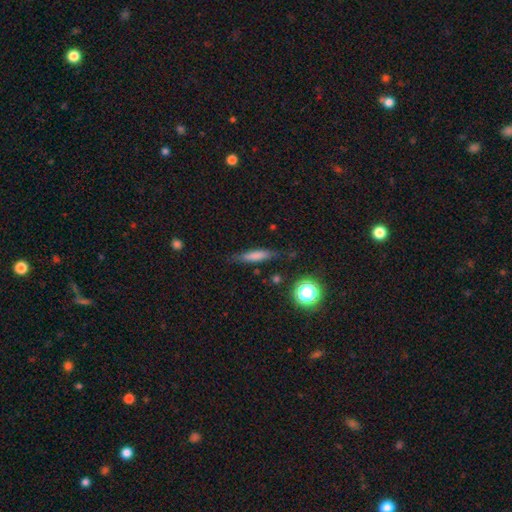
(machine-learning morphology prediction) Overall: smooth (69%). How rounded: cigar-shaped (81%). Merging: none (78%).